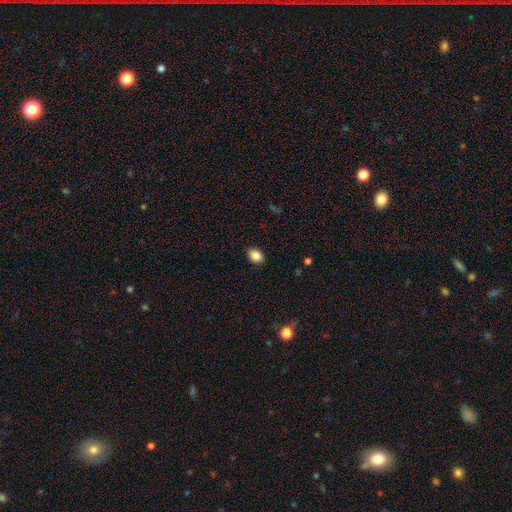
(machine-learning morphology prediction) The model was most divided on "how rounded": in between: 65%, round: 34%, cigar-shaped: 1%. More confident: merging — none (89%); smooth or featured — smooth (86%).